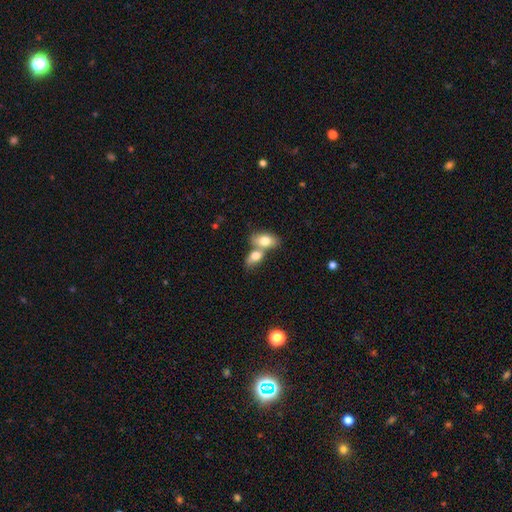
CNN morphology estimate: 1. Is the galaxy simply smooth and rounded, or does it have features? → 78% smooth, 15% featured or disk, 7% star or artifact.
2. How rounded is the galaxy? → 86% in between, 11% round, 3% cigar-shaped.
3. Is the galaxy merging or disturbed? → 65% merger, 24% none, 7% minor disturbance, 3% major disturbance.